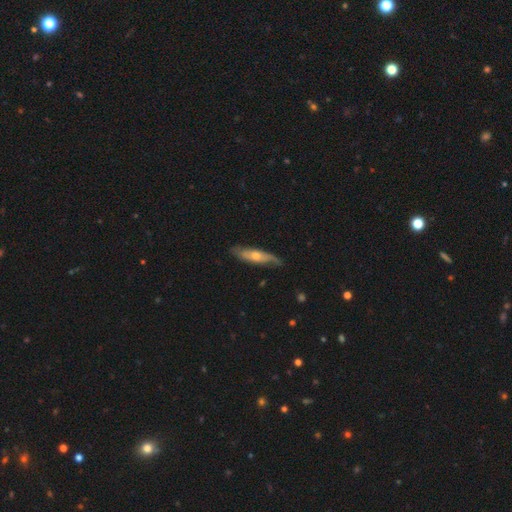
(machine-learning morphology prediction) Q: Smooth or featured?
A: featured or disk (63%); runner-up: smooth (31%)
Q: Edge-on disk?
A: yes (55%); runner-up: no (45%)
Q: Merging?
A: none (76%); runner-up: minor disturbance (19%)